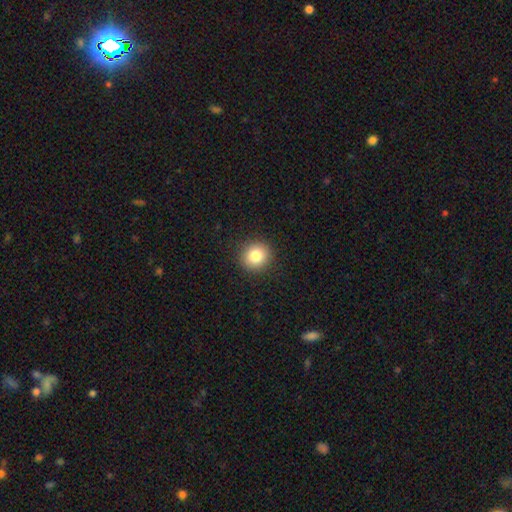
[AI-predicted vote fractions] Smooth or featured? Predicted: smooth (p=0.82). How rounded? Predicted: round (p=0.91). Merging? Predicted: none (p=0.92).